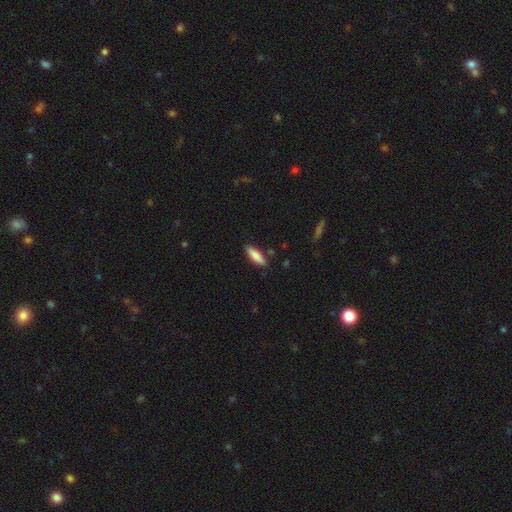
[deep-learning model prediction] smooth 80%, featured or disk 14%, star or artifact 6%. Down the decision tree: how rounded — cigar-shaped (55%); merging — none (85%).